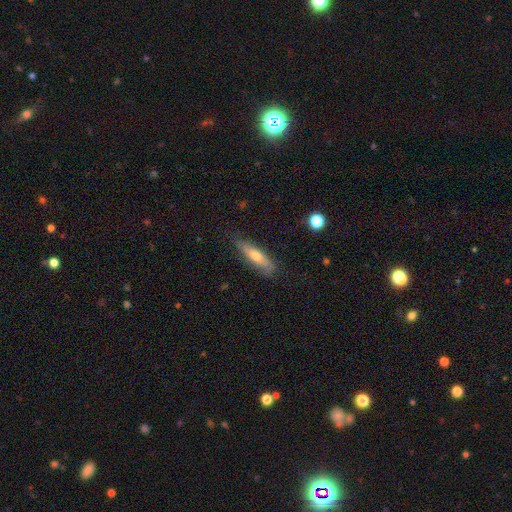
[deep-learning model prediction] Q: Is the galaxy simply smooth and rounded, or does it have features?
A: smooth — 53%.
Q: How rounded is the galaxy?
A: cigar-shaped — 71%.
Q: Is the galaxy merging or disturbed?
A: none — 79%.